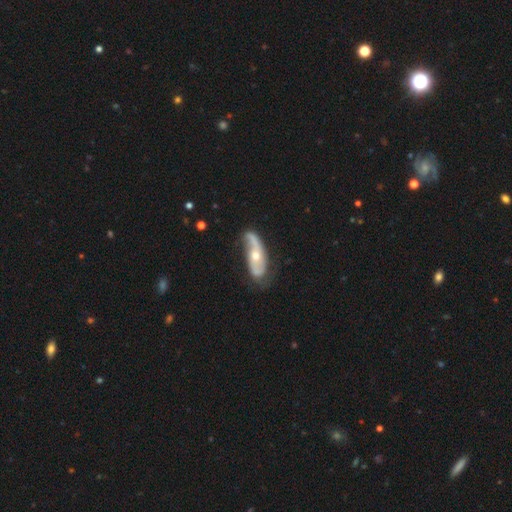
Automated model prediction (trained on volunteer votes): Overall: featured or disk (75%). Edge-on disk: no (86%). Bar: no (67%). Spiral arms: yes (87%). Spiral arm count: 2 (73%). Spiral winding: loose (52%; medium 30%). Bulge size: moderate (53%; small 43%). Merging: none (55%; minor disturbance 29%).